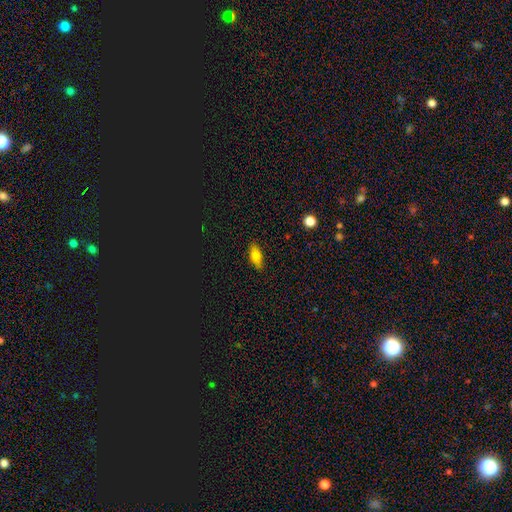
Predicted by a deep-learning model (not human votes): This appears to be a smooth galaxy with no disk features (75%) that is in between round and cigar-shaped (79%). Merging: none (85%).